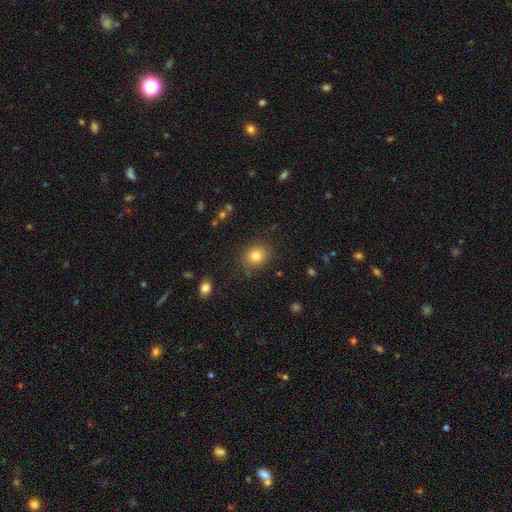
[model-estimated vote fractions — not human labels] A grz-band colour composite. It shows a smooth galaxy with no disk features (80%) that is round (65%). Merging: none (83%).